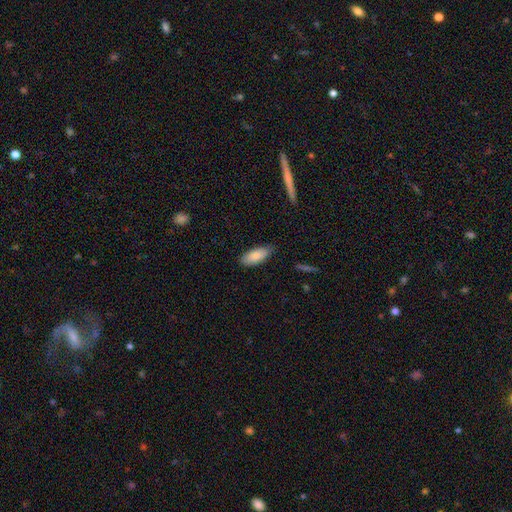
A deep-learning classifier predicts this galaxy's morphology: Smooth or featured: smooth — 83% (featured or disk — 11%)
How rounded: in between — 83% (cigar-shaped — 16%)
Merging: none — 78% (minor disturbance — 18%)